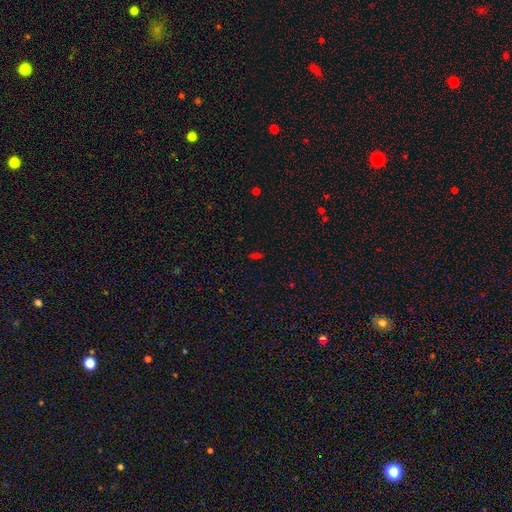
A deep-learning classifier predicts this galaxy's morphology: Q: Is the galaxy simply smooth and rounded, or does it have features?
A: smooth — 55%.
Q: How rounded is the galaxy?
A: in between — 70%.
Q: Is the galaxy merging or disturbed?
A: none — 82%.